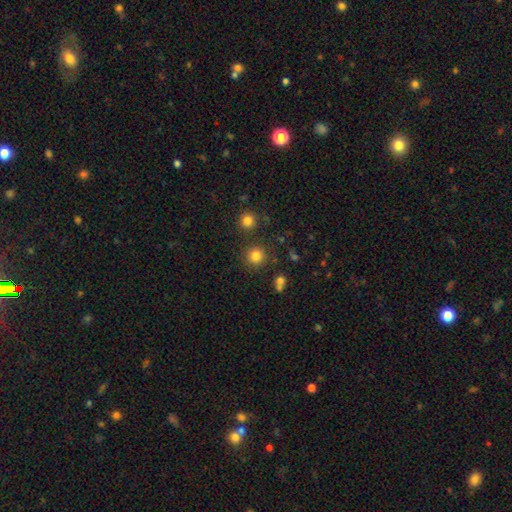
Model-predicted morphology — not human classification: Smooth or featured? Predicted: smooth (p=0.82). How rounded? Predicted: round (p=0.94). Merging? Predicted: none (p=0.86).